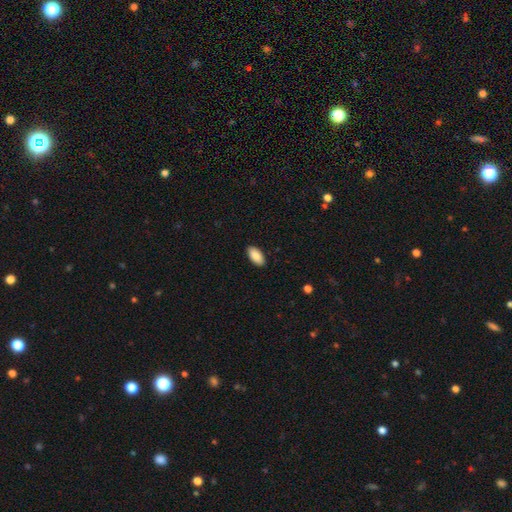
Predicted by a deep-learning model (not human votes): Smooth or featured: smooth — 89% (star or artifact — 6%)
How rounded: in between — 94% (cigar-shaped — 4%)
Merging: none — 90% (minor disturbance — 7%)